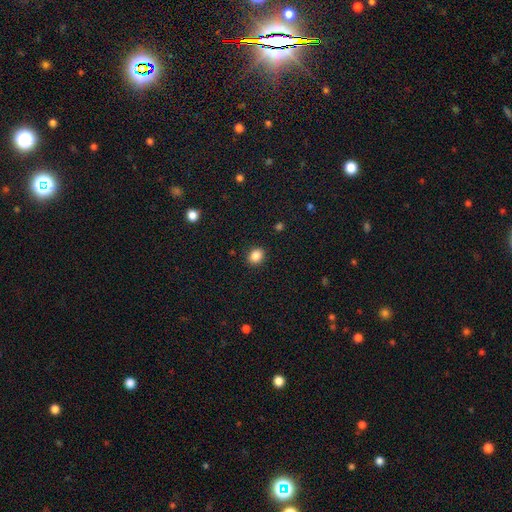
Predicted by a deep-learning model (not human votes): A smooth galaxy with no disk features (87%) that is round (61%).

Vote fractions:
- Smooth or featured? smooth: 87% / star or artifact: 10% / featured or disk: 4%
- How rounded? round: 61% / in between: 38% / cigar-shaped: 1%
- Merging? none: 90% / minor disturbance: 7% / major disturbance: 2% / merger: 1%